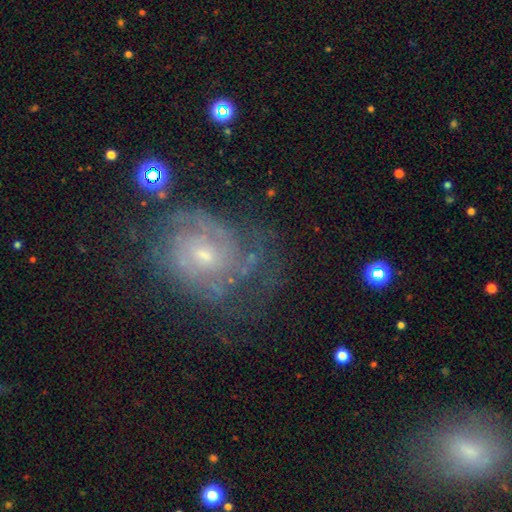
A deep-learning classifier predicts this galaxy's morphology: Smooth or featured? featured or disk (76%)
Edge-on disk? no (97%)
Bar? no (59%)
Spiral arms? yes (86%)
Spiral winding? tight (55%)
Spiral arm count? can't tell (45%)
Bulge size? small (59%)
Merging? none (60%)